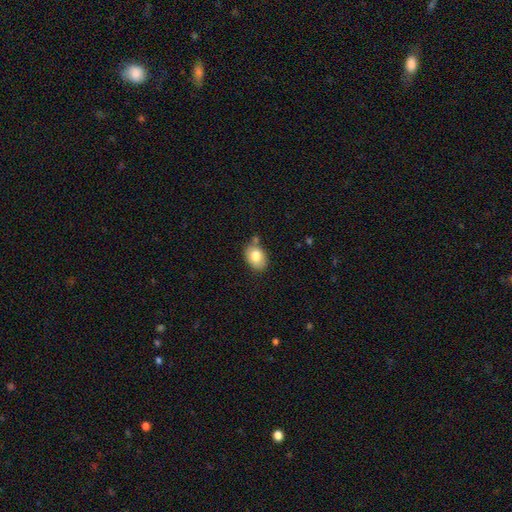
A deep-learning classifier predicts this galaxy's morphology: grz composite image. It shows a smooth galaxy with no disk features (79%) that is in between round and cigar-shaped (74%). Merging: none (67%).